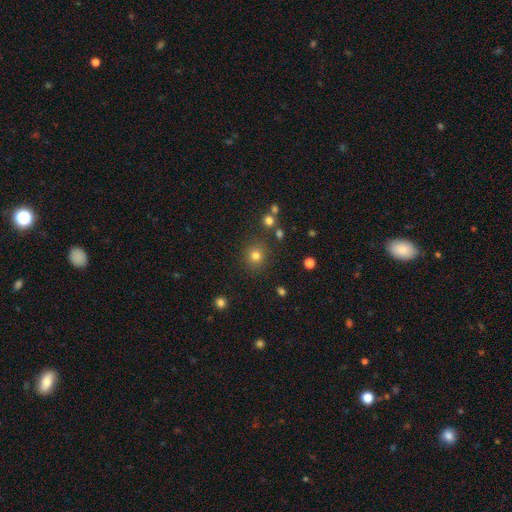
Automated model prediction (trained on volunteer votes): This is likely a smooth galaxy (79%). How rounded: clearly round (90%). Merging: clearly none (86%).